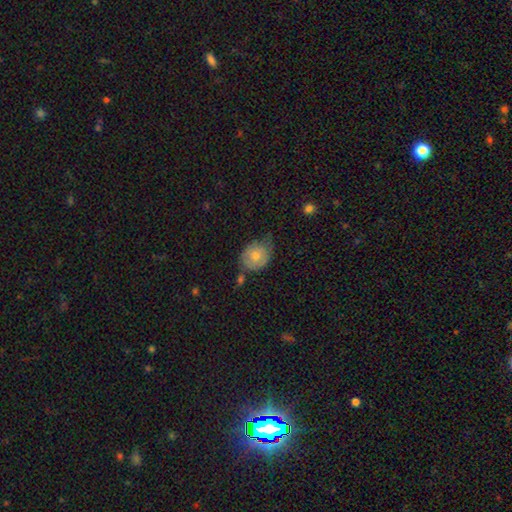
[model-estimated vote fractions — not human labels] Q: Smooth or featured?
A: smooth (66%); runner-up: featured or disk (26%)
Q: How rounded?
A: round (58%); runner-up: in between (41%)
Q: Merging?
A: none (50%); runner-up: minor disturbance (36%)